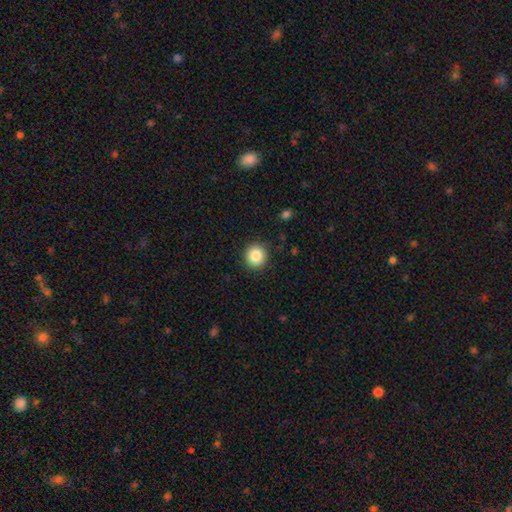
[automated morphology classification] type=smooth (85%); roundness=round (92%); merging=none (90%).